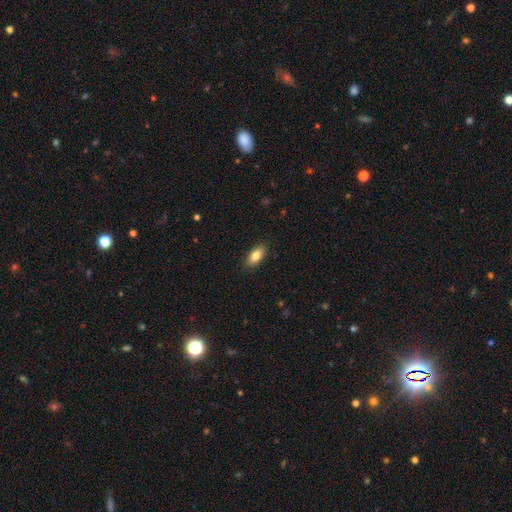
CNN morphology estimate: Smooth or featured: smooth — 84% (featured or disk — 9%)
How rounded: in between — 90% (cigar-shaped — 6%)
Merging: none — 88% (minor disturbance — 9%)